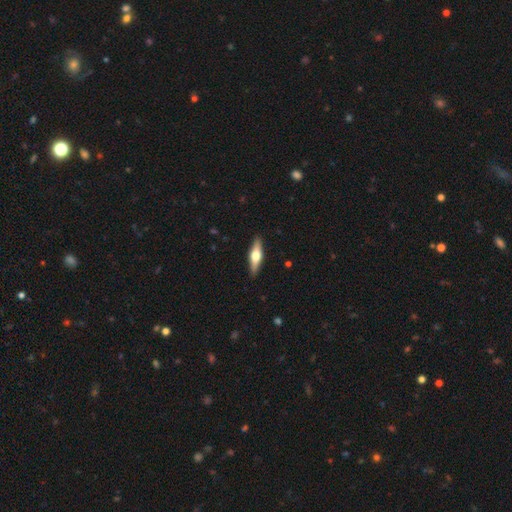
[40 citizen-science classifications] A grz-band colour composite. It shows a featured or disk galaxy (48%) viewed edge-on (95%) with a rounded central bulge (94%). Merging: none (73%).